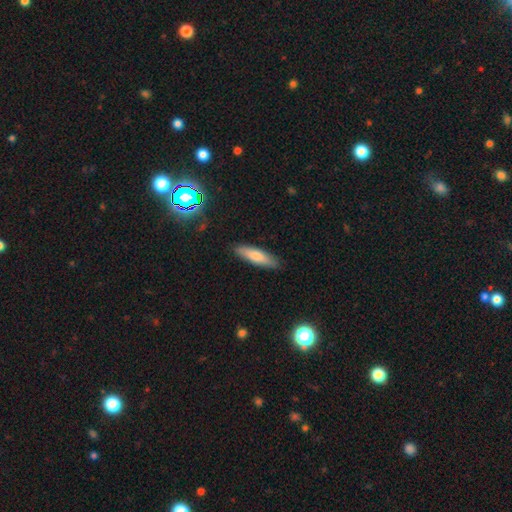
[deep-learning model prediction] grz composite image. It shows a smooth galaxy with no disk features (72%) that is cigar-shaped (66%). Merging: none (87%).